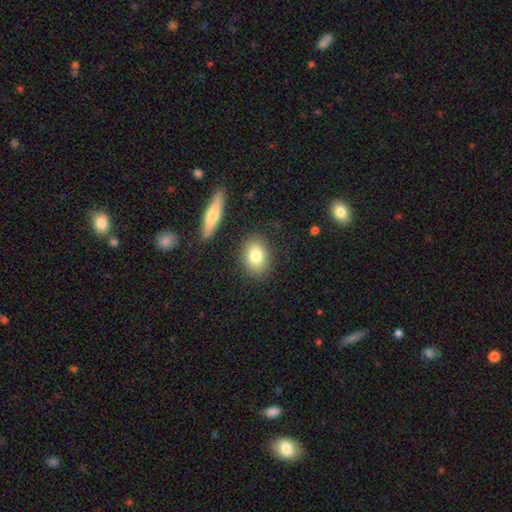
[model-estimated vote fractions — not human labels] A smooth galaxy with no disk features (80%) that is in between round and cigar-shaped (69%).

Vote fractions:
- Smooth or featured? smooth: 80% / featured or disk: 12% / star or artifact: 8%
- How rounded? in between: 69% / round: 29% / cigar-shaped: 3%
- Merging? none: 84% / minor disturbance: 10% / merger: 3% / major disturbance: 3%